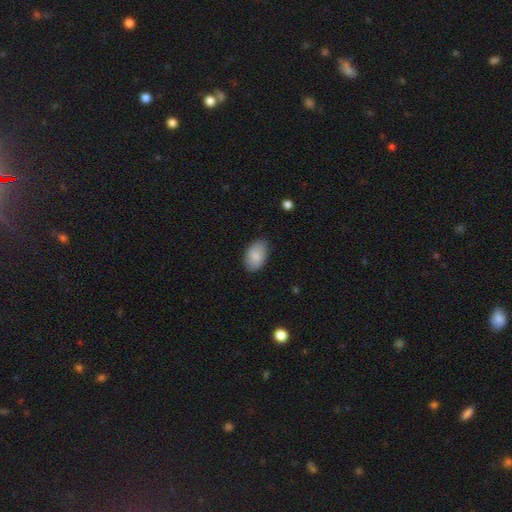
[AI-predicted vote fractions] The model was most divided on "merging": none: 80%, minor disturbance: 16%, major disturbance: 3%, merger: 1%. More confident: how rounded — in between (92%); smooth or featured — smooth (82%).